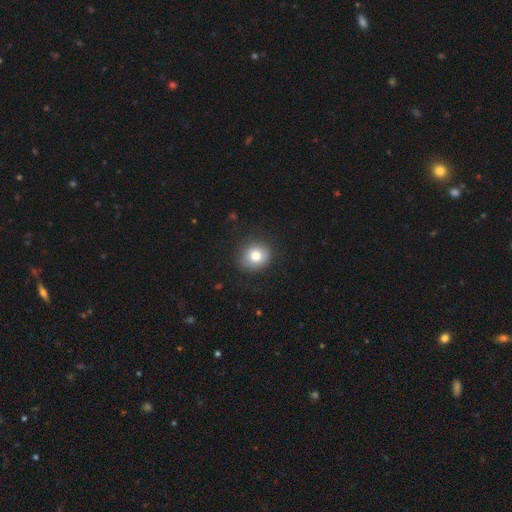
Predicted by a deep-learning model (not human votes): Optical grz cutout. It shows a smooth galaxy with no disk features (80%) that is round (79%). Merging: none (84%).